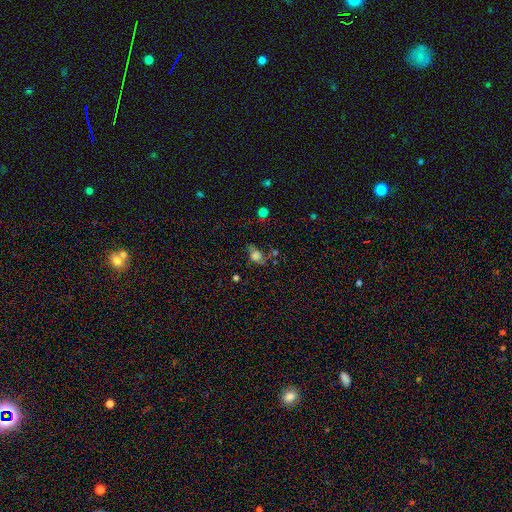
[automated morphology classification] The model was most divided on "merging": none: 38%, minor disturbance: 27%, major disturbance: 26%, merger: 10%. More confident: how rounded — in between (63%); smooth or featured — smooth (60%).